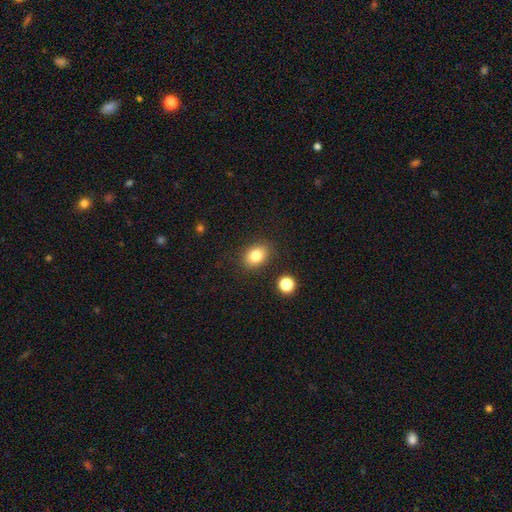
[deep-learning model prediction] smooth_or_featured: smooth (p=0.82) [alt: star or artifact p=0.10]
how_rounded: in between (p=0.65) [alt: round p=0.34]
merging: none (p=0.86) [alt: minor disturbance p=0.09]